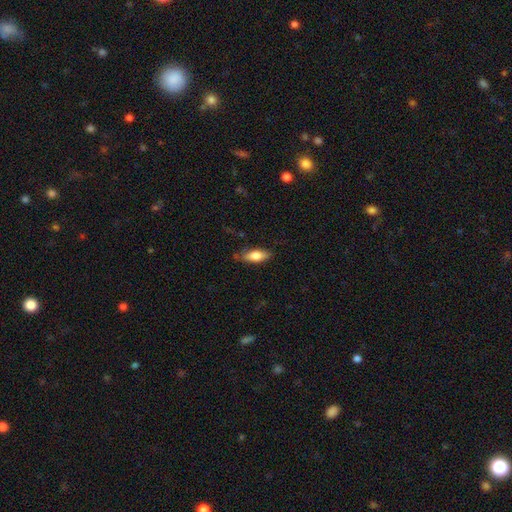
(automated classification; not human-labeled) A smooth galaxy with no disk features (77%) that is in between round and cigar-shaped (74%). Merging: none (75%).